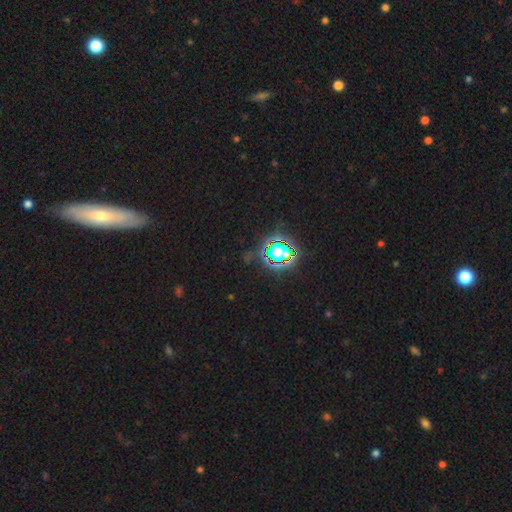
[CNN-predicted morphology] smooth-or-featured: star or artifact: 71% | smooth: 18% | featured or disk: 11%